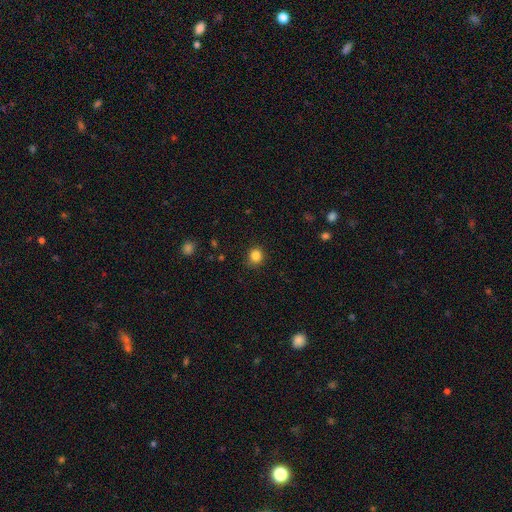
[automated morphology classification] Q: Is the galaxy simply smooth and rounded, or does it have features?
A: smooth — 84%.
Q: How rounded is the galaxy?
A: round — 86%.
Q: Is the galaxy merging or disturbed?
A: none — 88%.